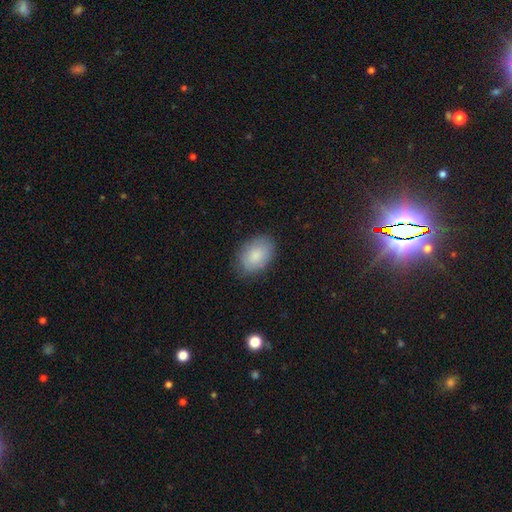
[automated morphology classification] Smooth or featured? smooth (84%)
How rounded? in between (86%)
Merging? none (81%)